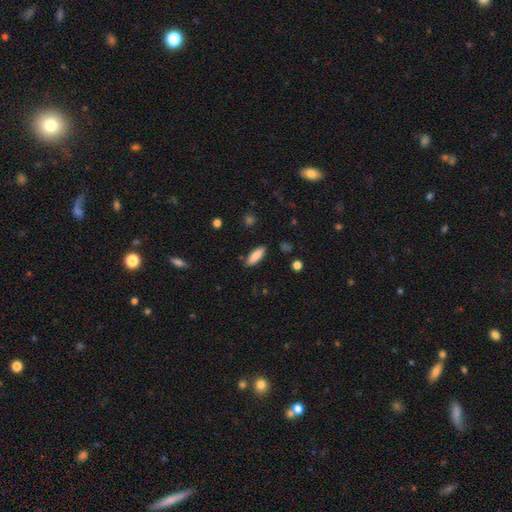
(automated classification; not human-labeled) This is clearly a smooth galaxy (85%). How rounded: possibly in between (59%). Merging: clearly none (86%).